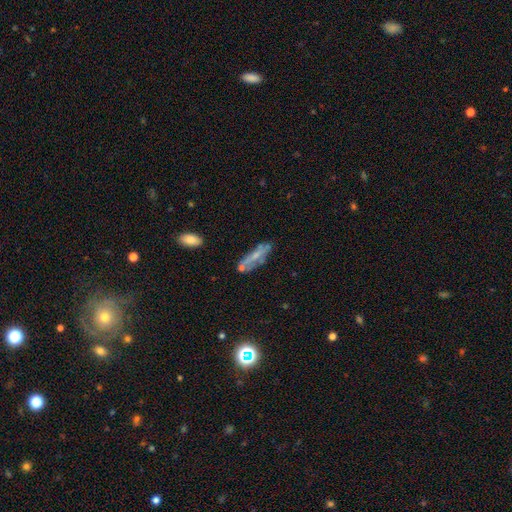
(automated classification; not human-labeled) Smooth or featured? featured or disk (47%)
Merging? none (56%)